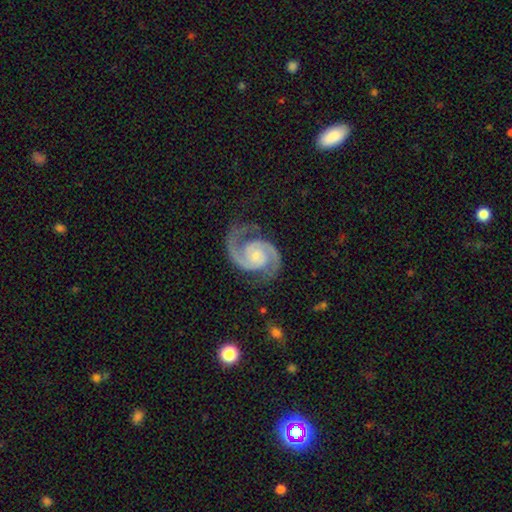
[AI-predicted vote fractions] Smooth or featured? featured or disk (94%)
Edge-on disk? no (98%)
Bar? no (68%)
Spiral arms? yes (99%)
Spiral winding? medium (58%)
Spiral arm count? 2 (94%)
Bulge size? small (62%)
Merging? none (76%)